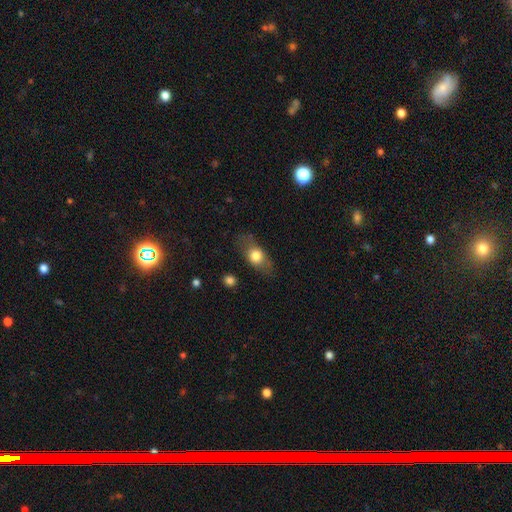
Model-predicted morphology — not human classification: Smooth or featured: smooth — 69% (featured or disk — 24%)
How rounded: in between — 67% (round — 20%)
Merging: none — 73% (minor disturbance — 18%)